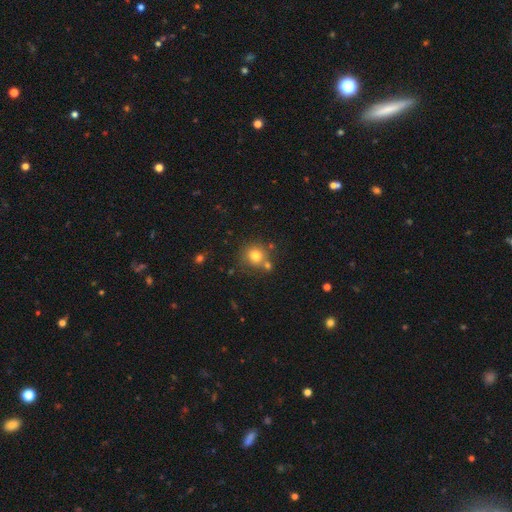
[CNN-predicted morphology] smooth-or-featured: smooth: 77% | star or artifact: 13% | featured or disk: 10%
  how-rounded: round: 89% | in between: 10% | cigar-shaped: 1%
  merging: none: 68% | merger: 16% | minor disturbance: 11% | major disturbance: 4%